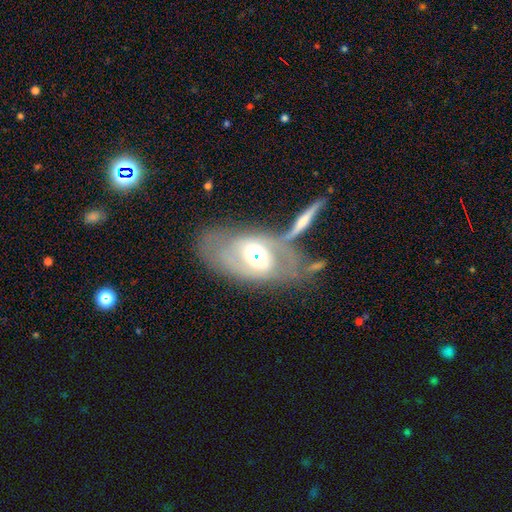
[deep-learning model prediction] A featured or disk galaxy (58%). Merging: none (38%).